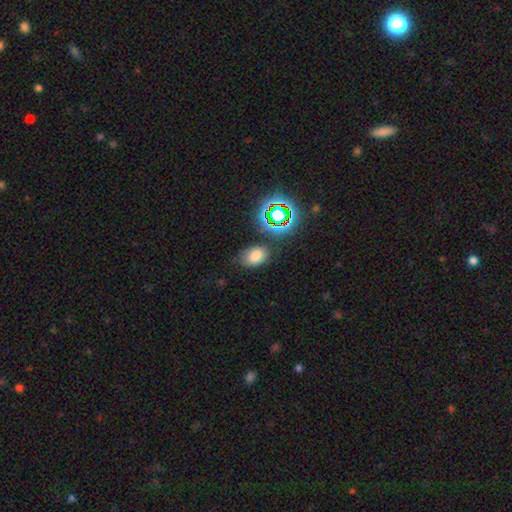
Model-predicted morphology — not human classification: Smooth or featured: smooth — 73% (star or artifact — 18%)
How rounded: in between — 81% (round — 17%)
Merging: none — 71% (minor disturbance — 19%)